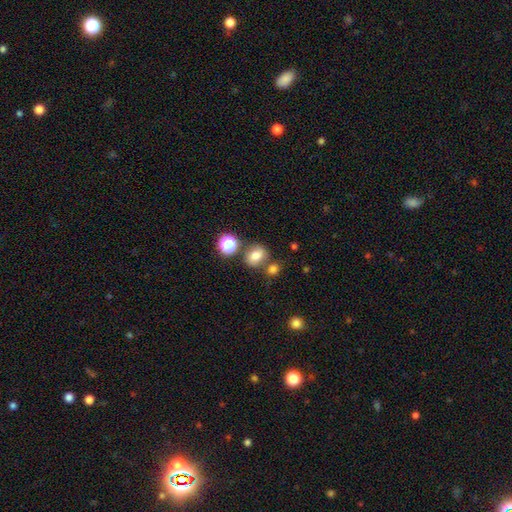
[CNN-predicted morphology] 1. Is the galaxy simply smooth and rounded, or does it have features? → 75% smooth, 15% star or artifact, 10% featured or disk.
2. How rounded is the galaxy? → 51% round, 48% in between, 1% cigar-shaped.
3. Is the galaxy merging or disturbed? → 64% none, 18% merger, 13% minor disturbance, 5% major disturbance.